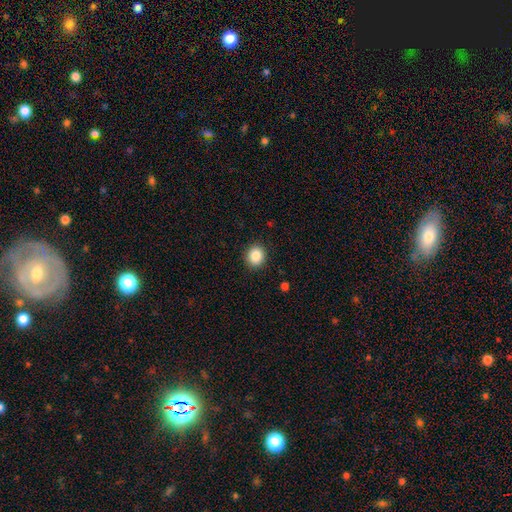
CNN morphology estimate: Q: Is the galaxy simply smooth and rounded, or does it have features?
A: smooth — 86%.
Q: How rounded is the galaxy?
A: round — 77%.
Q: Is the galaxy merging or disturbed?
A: none — 91%.